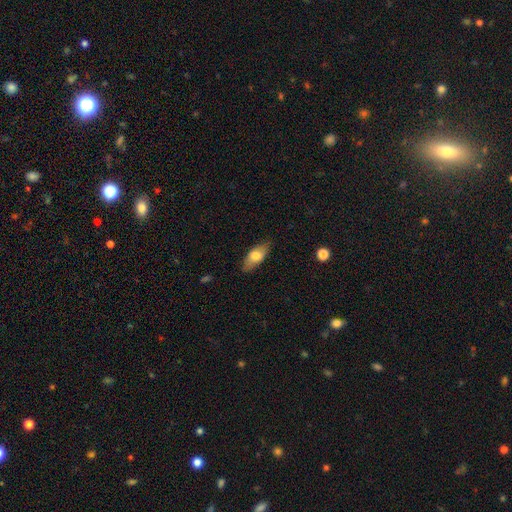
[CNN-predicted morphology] smooth_or_featured: smooth (p=0.69) [alt: featured or disk p=0.25]
how_rounded: in between (p=0.84) [alt: cigar-shaped p=0.12]
merging: none (p=0.81) [alt: minor disturbance p=0.15]